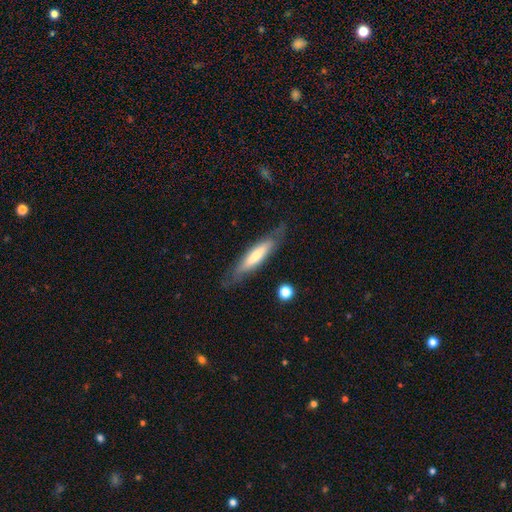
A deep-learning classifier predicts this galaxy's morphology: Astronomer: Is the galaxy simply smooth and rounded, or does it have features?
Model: smooth — 60%.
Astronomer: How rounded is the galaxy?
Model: cigar-shaped — 80%.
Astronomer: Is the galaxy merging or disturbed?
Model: none — 75%.